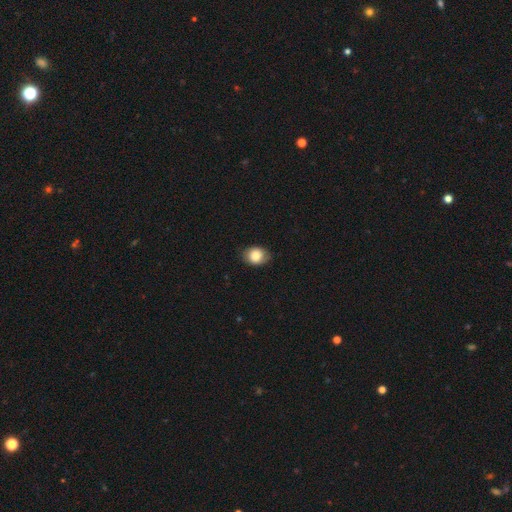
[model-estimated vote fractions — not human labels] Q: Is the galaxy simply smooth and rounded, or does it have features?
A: smooth — 83%.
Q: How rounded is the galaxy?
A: in between — 53%.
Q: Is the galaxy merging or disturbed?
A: none — 79%.